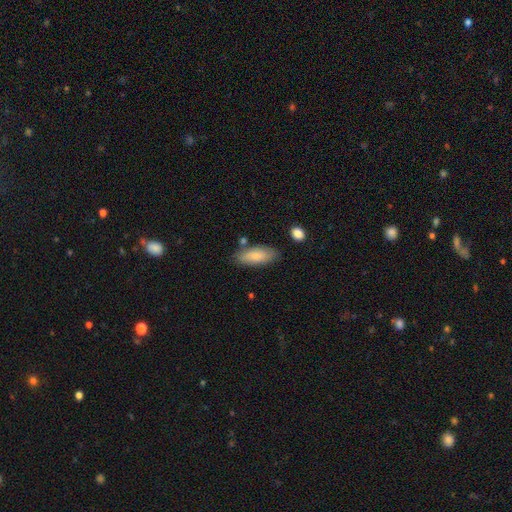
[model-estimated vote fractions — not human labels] Smooth or featured?
  - smooth: 82% *
  - featured or disk: 12%
  - star or artifact: 6%
How rounded?
  - in between: 81% *
  - cigar-shaped: 17%
  - round: 2%
Merging?
  - none: 76% *
  - minor disturbance: 16%
  - merger: 5%
  - major disturbance: 3%